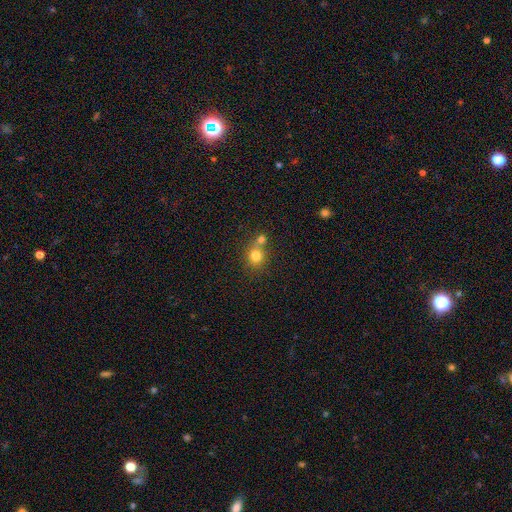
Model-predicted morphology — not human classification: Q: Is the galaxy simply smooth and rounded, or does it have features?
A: smooth — 77%.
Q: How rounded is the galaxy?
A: round — 83%.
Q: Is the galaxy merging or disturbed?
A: none — 46%.